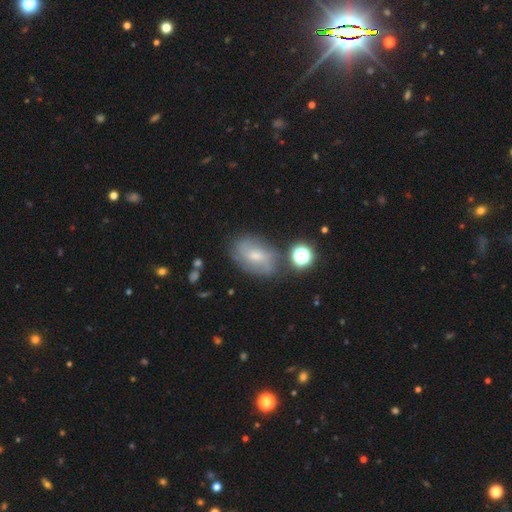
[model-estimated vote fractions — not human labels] A featured or disk galaxy (52%).

Vote fractions:
- Smooth or featured? featured or disk: 52% / smooth: 35% / star or artifact: 13%
- Edge-on disk? no: 95% / yes: 5%
- Merging? none: 64% / minor disturbance: 21% / major disturbance: 8% / merger: 6%